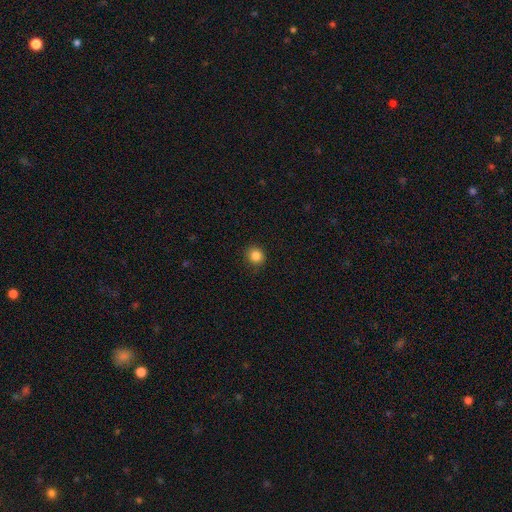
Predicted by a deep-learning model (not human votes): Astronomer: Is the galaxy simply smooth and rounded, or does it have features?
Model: smooth — 85%.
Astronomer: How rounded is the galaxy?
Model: round — 90%.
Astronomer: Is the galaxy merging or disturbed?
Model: none — 87%.